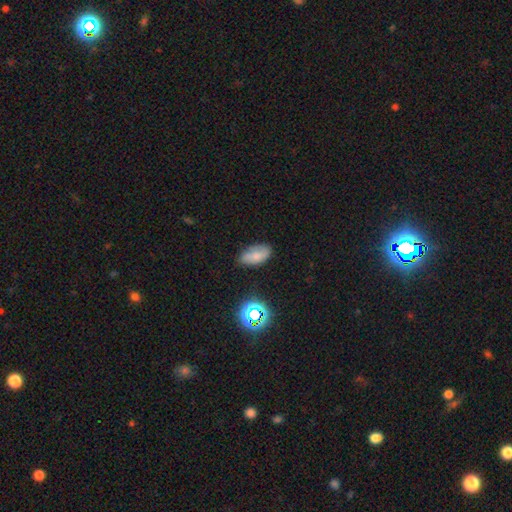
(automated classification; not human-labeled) smooth_or_featured: smooth (p=0.67) [alt: featured or disk p=0.20]
how_rounded: in between (p=0.92) [alt: round p=0.05]
merging: none (p=0.68) [alt: minor disturbance p=0.24]